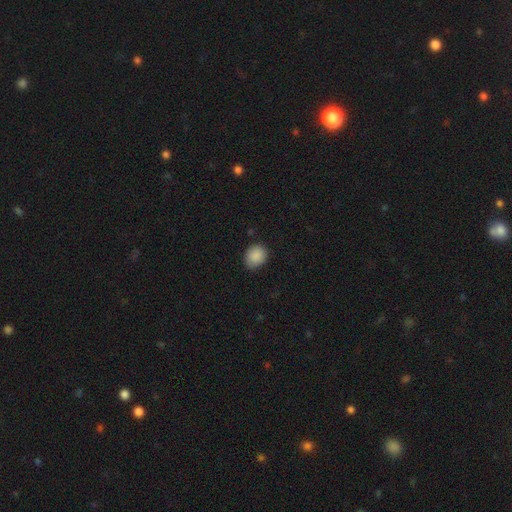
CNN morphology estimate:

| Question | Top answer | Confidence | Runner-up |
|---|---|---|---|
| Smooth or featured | smooth | 88% | star or artifact (8%) |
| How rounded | round | 65% | in between (34%) |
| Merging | none | 78% | minor disturbance (18%) |